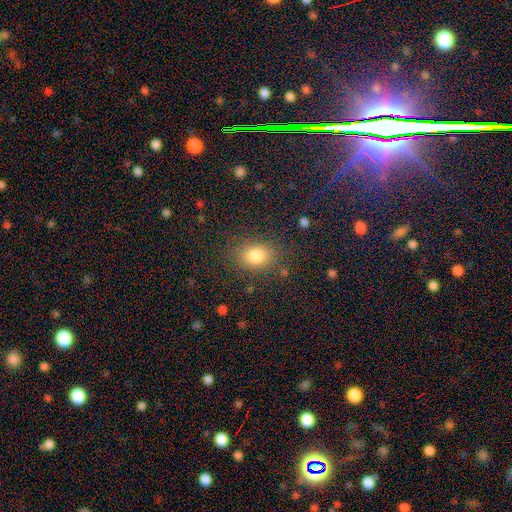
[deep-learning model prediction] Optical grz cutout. It shows a smooth galaxy with no disk features (81%) that is in between round and cigar-shaped (63%). Merging: none (82%).